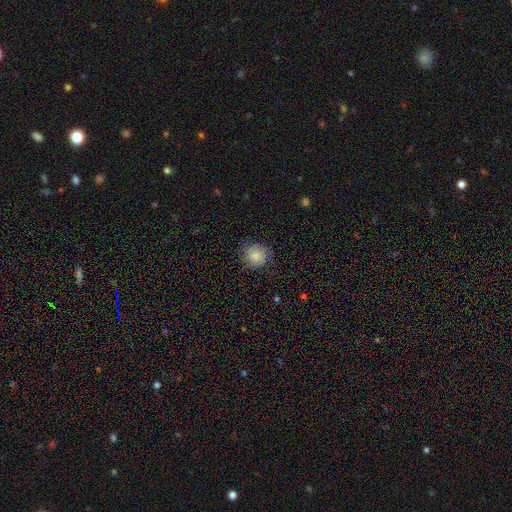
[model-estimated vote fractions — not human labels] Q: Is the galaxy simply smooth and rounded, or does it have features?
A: smooth — 68%.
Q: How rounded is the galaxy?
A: round — 84%.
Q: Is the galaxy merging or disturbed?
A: none — 75%.